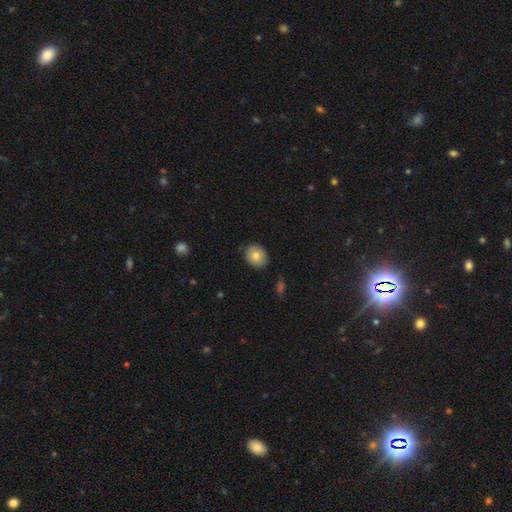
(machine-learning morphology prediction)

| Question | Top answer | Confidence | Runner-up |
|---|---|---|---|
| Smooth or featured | smooth | 79% | featured or disk (13%) |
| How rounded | round | 68% | in between (31%) |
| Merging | none | 83% | minor disturbance (13%) |